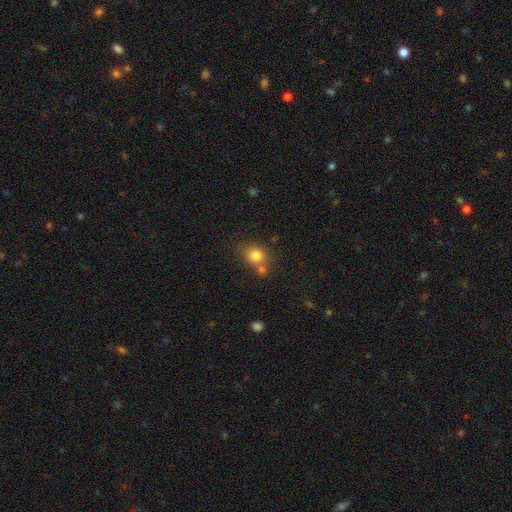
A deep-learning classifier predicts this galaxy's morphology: Smooth or featured? Predicted: smooth (p=0.80). How rounded? Predicted: round (p=0.72). Merging? Predicted: none (p=0.59).